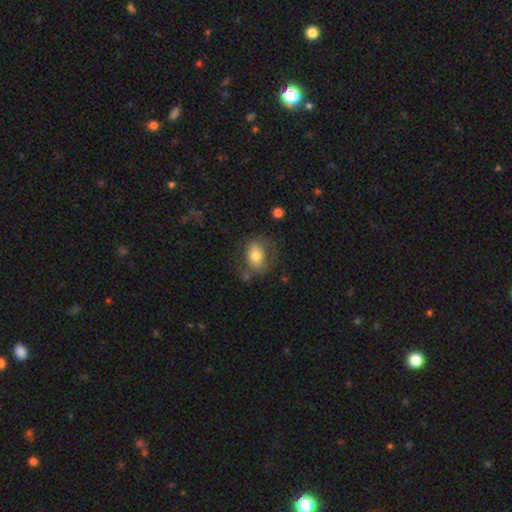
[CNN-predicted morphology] smooth 63%, featured or disk 29%, star or artifact 8%. Down the decision tree: how rounded — in between (68%); merging — none (60%).